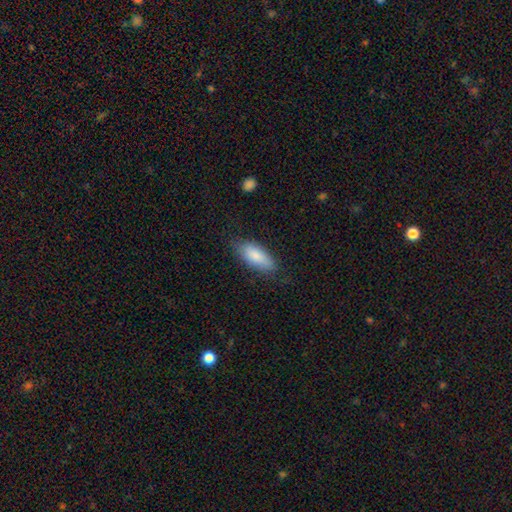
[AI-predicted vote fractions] Smooth or featured? Predicted: smooth (p=0.83). How rounded? Predicted: in between (p=0.80). Merging? Predicted: none (p=0.77).